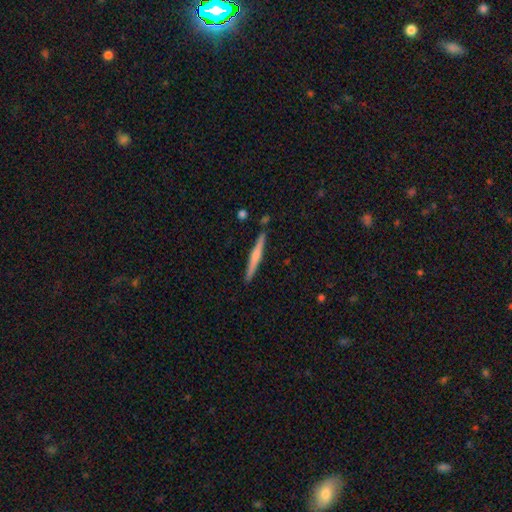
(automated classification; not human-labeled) A featured or disk galaxy (52%) viewed edge-on (98%) with a rounded central bulge (58%).

Vote fractions:
- Smooth or featured? featured or disk: 52% / smooth: 43% / star or artifact: 6%
- Edge-on disk? yes: 98% / no: 2%
- Edge-on bulge? rounded: 58% / none: 30% / boxy: 13%
- Merging? none: 89% / minor disturbance: 8% / merger: 2% / major disturbance: 1%